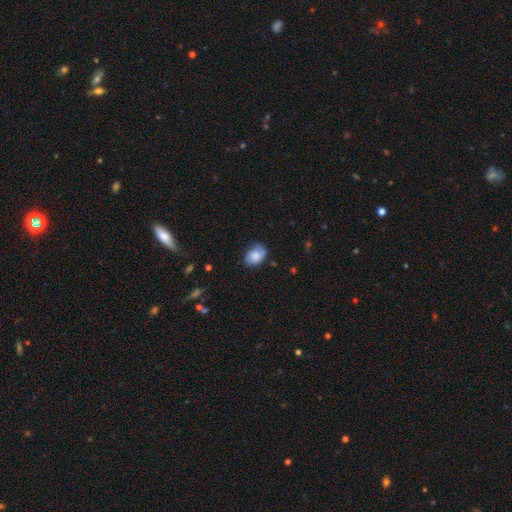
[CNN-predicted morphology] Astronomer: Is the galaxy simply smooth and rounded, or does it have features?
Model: smooth — 73%.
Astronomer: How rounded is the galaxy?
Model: in between — 73%.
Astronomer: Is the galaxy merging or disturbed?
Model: none — 64%.